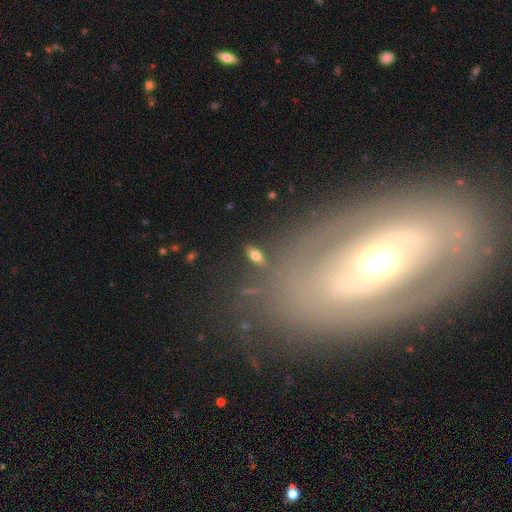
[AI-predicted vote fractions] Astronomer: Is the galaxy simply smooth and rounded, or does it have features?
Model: smooth — 66%.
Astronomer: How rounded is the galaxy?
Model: in between — 80%.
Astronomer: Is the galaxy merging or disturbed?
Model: none — 83%.